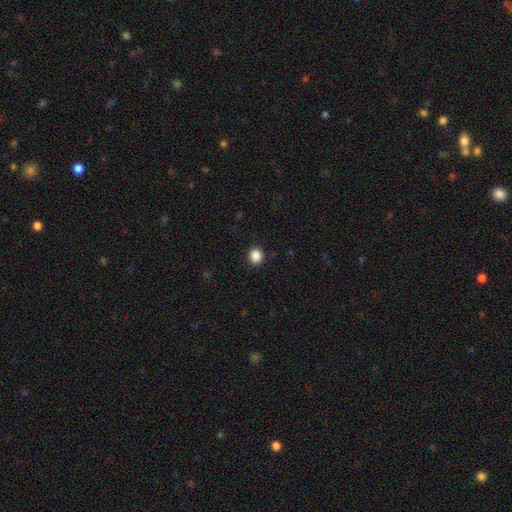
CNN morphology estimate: Q: Smooth or featured?
A: smooth (87%); runner-up: star or artifact (10%)
Q: How rounded?
A: round (81%); runner-up: in between (18%)
Q: Merging?
A: none (91%); runner-up: minor disturbance (6%)